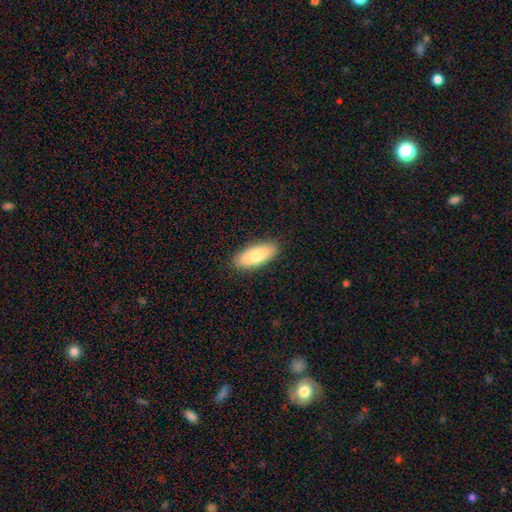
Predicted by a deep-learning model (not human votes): Q: Smooth or featured?
A: smooth (78%); runner-up: featured or disk (17%)
Q: How rounded?
A: in between (82%); runner-up: cigar-shaped (16%)
Q: Merging?
A: none (89%); runner-up: minor disturbance (9%)